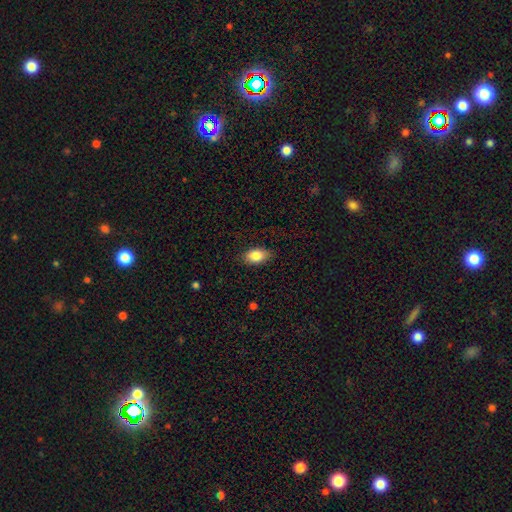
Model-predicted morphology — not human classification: type=smooth (85%); roundness=in between (89%); merging=none (84%).